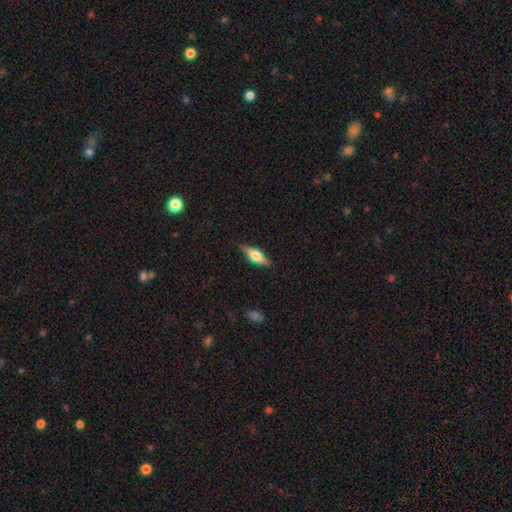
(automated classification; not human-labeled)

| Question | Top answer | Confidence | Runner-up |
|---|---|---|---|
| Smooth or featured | featured or disk | 49% | smooth (44%) |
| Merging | none | 86% | minor disturbance (10%) |